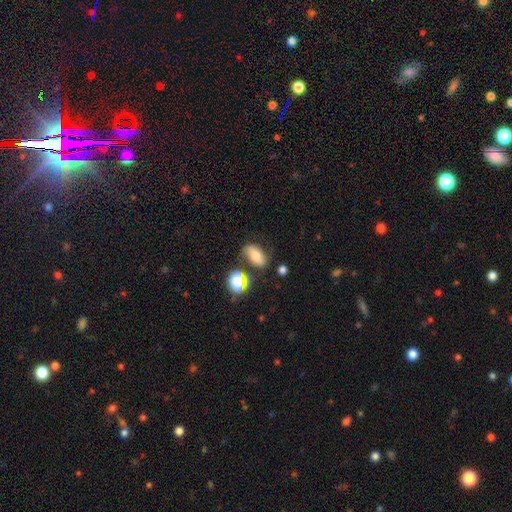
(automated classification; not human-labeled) smooth 56%, featured or disk 28%, star or artifact 16%. Down the decision tree: how rounded — in between (81%); merging — none (64%).